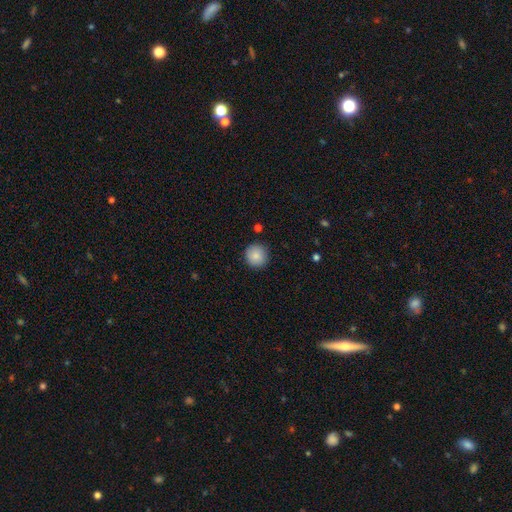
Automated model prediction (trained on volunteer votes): smooth-or-featured: smooth: 85% | star or artifact: 8% | featured or disk: 7%
  how-rounded: round: 93% | in between: 6% | cigar-shaped: 1%
  merging: none: 89% | minor disturbance: 8% | major disturbance: 2% | merger: 1%